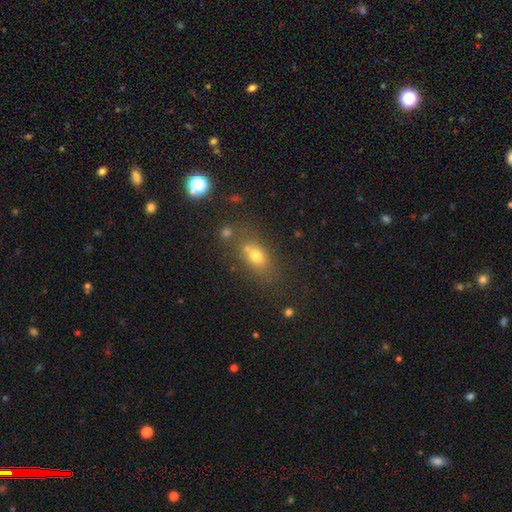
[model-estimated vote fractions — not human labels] The model was most divided on "merging": none: 58%, merger: 21%, minor disturbance: 14%, major disturbance: 6%. More confident: smooth or featured — smooth (69%); how rounded — in between (67%).